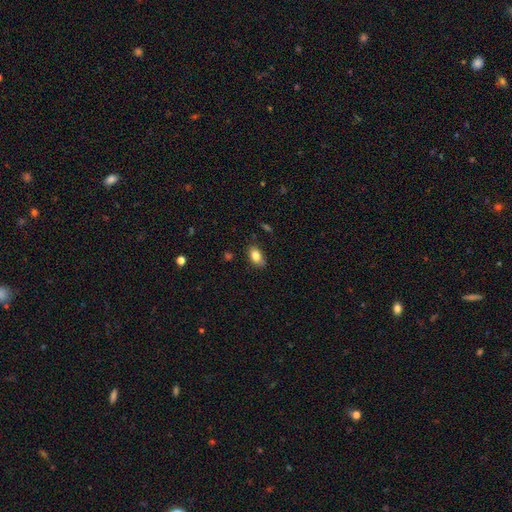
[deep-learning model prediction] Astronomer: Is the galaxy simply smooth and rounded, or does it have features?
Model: smooth — 83%.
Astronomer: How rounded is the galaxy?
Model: in between — 88%.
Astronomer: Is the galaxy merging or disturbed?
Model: none — 79%.